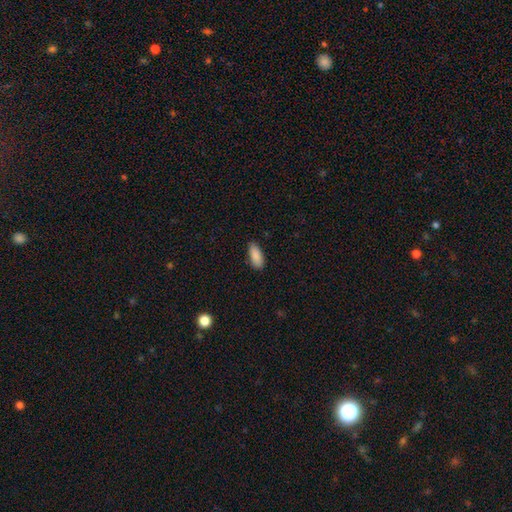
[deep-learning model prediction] This is clearly a smooth galaxy (90%). How rounded: clearly in between (85%). Merging: clearly none (85%).